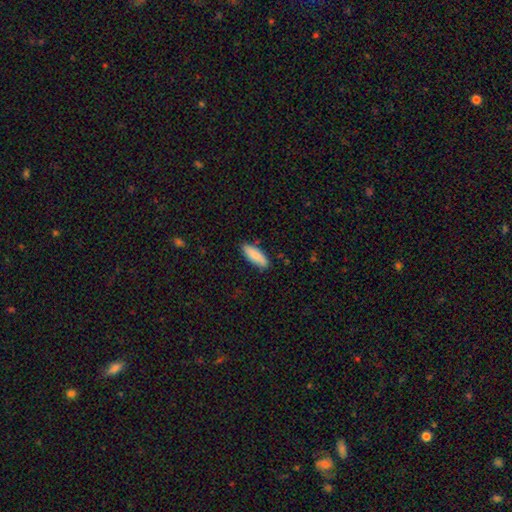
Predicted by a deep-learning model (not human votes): smooth_or_featured: smooth (p=0.85) [alt: featured or disk p=0.09]
how_rounded: in between (p=0.69) [alt: cigar-shaped p=0.30]
merging: none (p=0.85) [alt: minor disturbance p=0.12]